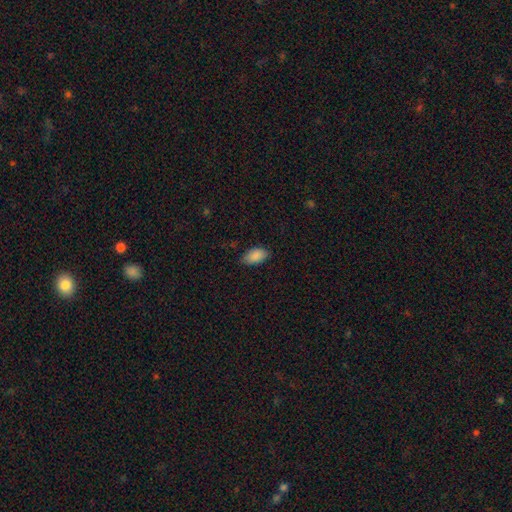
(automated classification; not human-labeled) Smooth or featured? Predicted: smooth (p=0.89). How rounded? Predicted: in between (p=0.94). Merging? Predicted: none (p=0.79).